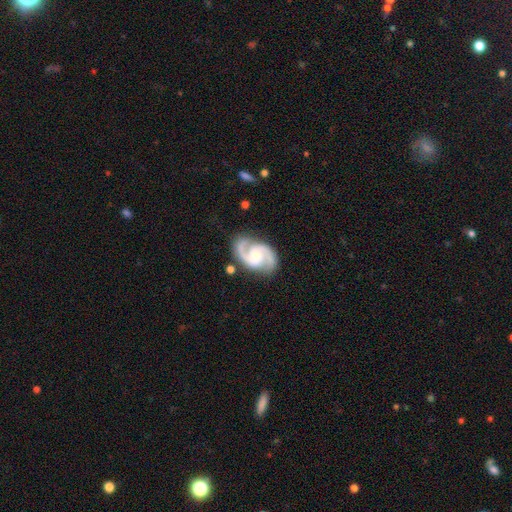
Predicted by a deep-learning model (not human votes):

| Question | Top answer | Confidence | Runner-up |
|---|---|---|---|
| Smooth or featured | featured or disk | 92% | smooth (4%) |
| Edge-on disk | no | 98% | yes (2%) |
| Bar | no | 54% | weak (36%) |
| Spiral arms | yes | 98% | no (2%) |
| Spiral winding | medium | 62% | tight (23%) |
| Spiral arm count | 2 | 94% | 3 (2%) |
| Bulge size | small | 47% | moderate (43%) |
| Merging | none | 81% | minor disturbance (13%) |